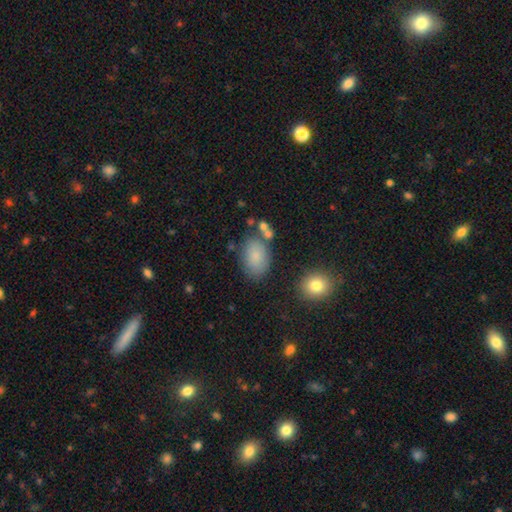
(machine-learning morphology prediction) Smooth or featured?
  - smooth: 82% *
  - star or artifact: 9%
  - featured or disk: 8%
How rounded?
  - in between: 87% *
  - round: 11%
  - cigar-shaped: 1%
Merging?
  - none: 74% *
  - minor disturbance: 15%
  - merger: 6%
  - major disturbance: 5%